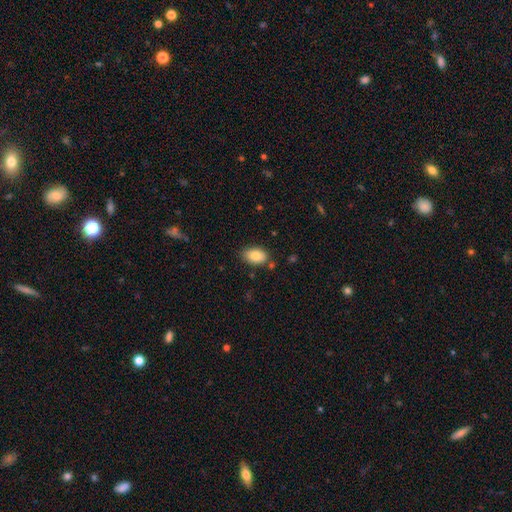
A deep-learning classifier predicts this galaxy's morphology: This appears to be a smooth galaxy with no disk features (83%) that is in between round and cigar-shaped (90%). Merging: none (79%).